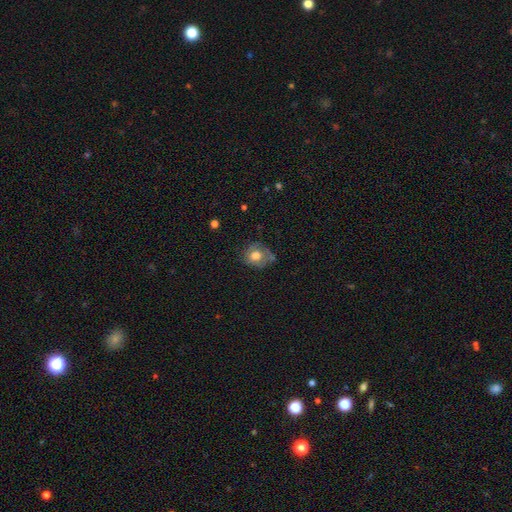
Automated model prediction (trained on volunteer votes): smooth_or_featured: smooth (p=0.58) [alt: featured or disk p=0.33]
how_rounded: round (p=0.63) [alt: in between p=0.36]
merging: none (p=0.51) [alt: minor disturbance p=0.30]